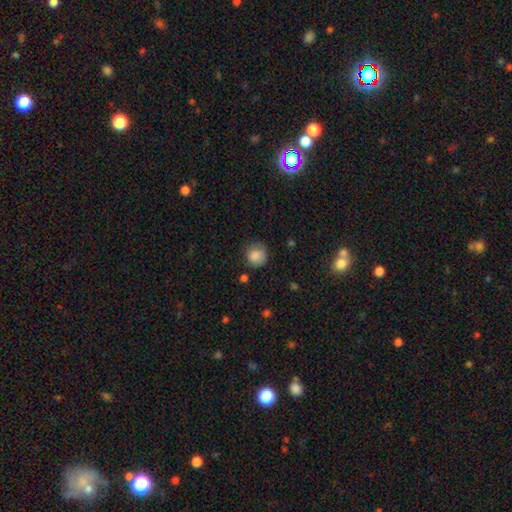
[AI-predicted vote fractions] A smooth galaxy with no disk features (84%) that is round (85%). Merging: none (69%).